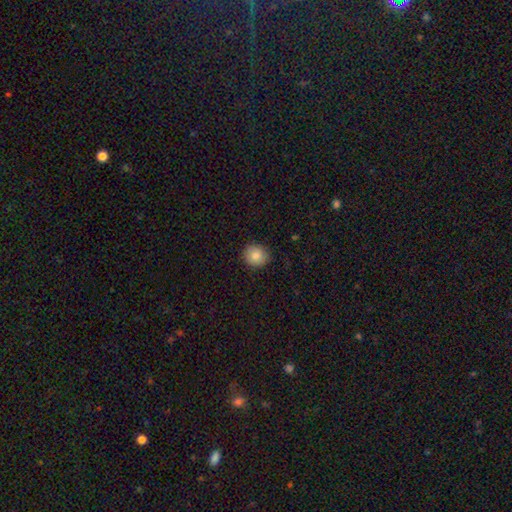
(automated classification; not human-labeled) Smooth or featured? Predicted: smooth (p=0.84). How rounded? Predicted: round (p=0.86). Merging? Predicted: none (p=0.89).